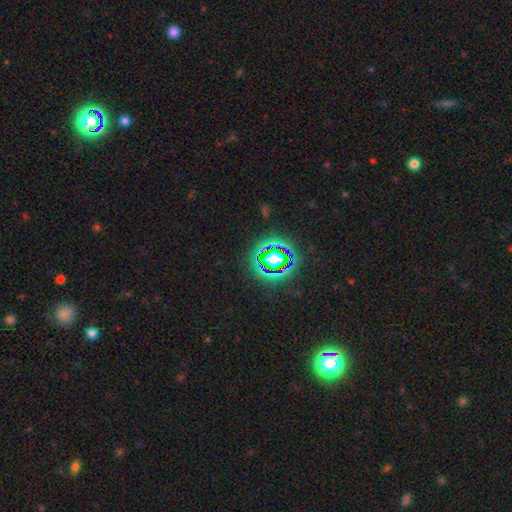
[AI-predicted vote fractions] This appears to be a star or artifact, not a galaxy (79%).